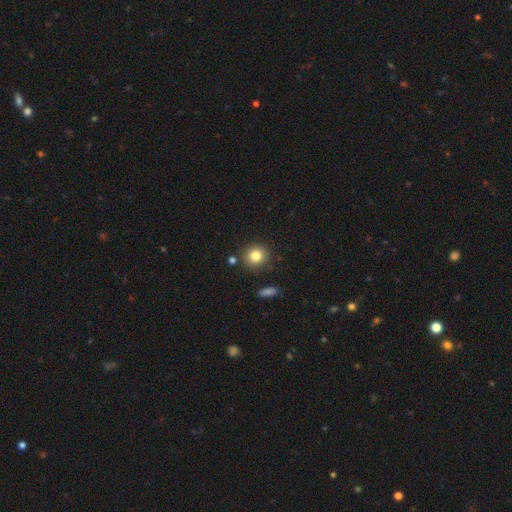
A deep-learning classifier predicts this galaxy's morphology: Smooth or featured? Predicted: smooth (p=0.83). How rounded? Predicted: round (p=0.89). Merging? Predicted: none (p=0.85).